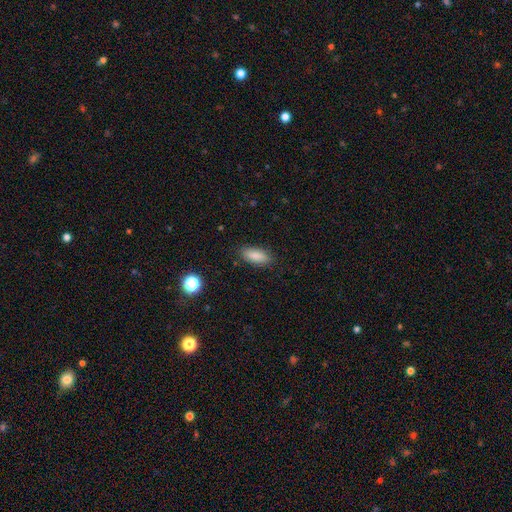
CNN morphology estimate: The model was most divided on "how rounded": in between: 81%, cigar-shaped: 16%, round: 3%. More confident: smooth or featured — smooth (87%); merging — none (86%).